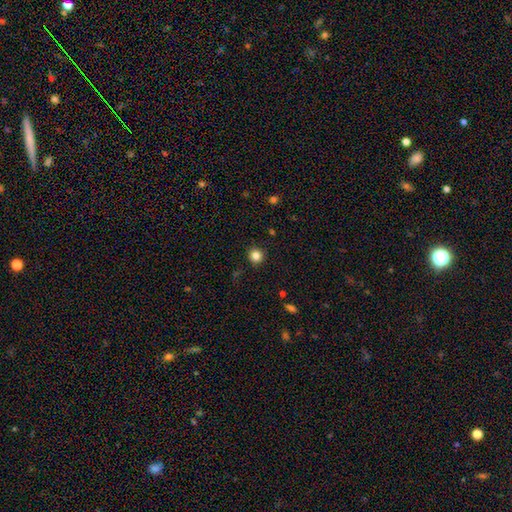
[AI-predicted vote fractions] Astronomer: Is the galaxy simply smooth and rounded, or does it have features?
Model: smooth — 83%.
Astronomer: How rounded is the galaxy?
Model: round — 92%.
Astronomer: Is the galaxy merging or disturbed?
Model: none — 91%.